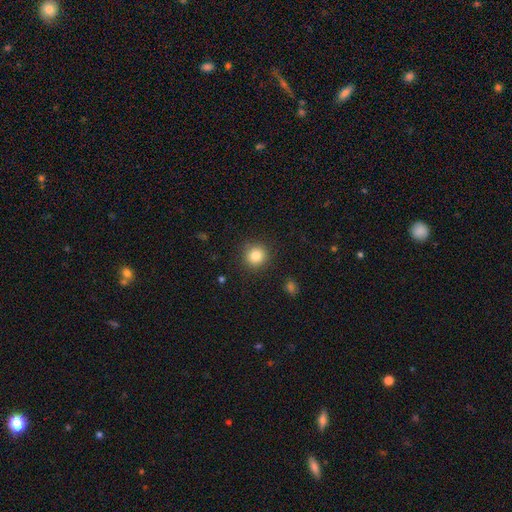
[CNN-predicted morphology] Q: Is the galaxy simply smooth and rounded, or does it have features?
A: smooth — 84%.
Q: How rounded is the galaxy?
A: round — 93%.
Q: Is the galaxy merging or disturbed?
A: none — 89%.